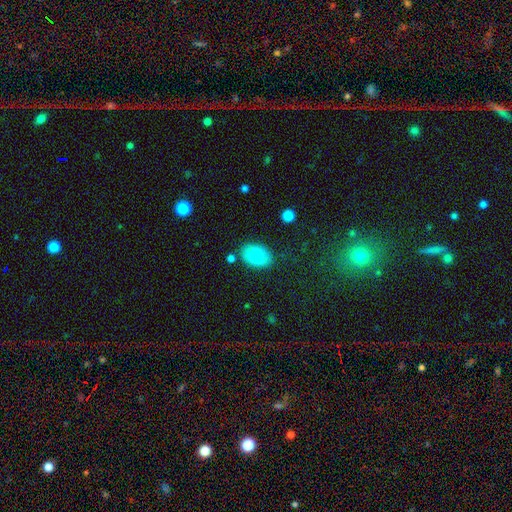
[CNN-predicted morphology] Smooth or featured?
  - smooth: 75% *
  - featured or disk: 18%
  - star or artifact: 7%
How rounded?
  - in between: 83% *
  - round: 16%
  - cigar-shaped: 1%
Merging?
  - none: 82% *
  - minor disturbance: 12%
  - merger: 3%
  - major disturbance: 3%